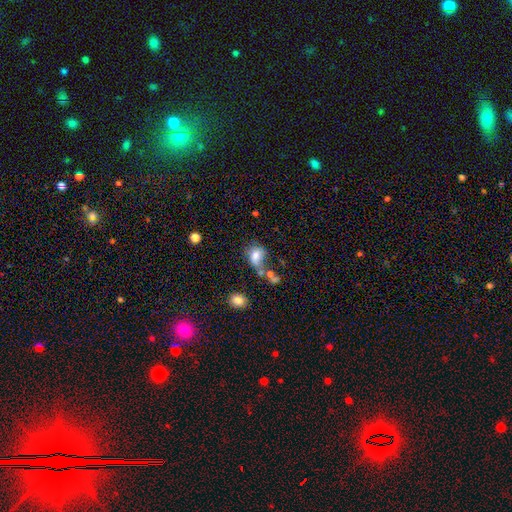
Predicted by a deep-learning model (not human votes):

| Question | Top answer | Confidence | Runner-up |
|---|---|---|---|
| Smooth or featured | smooth | 74% | featured or disk (15%) |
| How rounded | in between | 59% | round (40%) |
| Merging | none | 29% | merger (27%) |